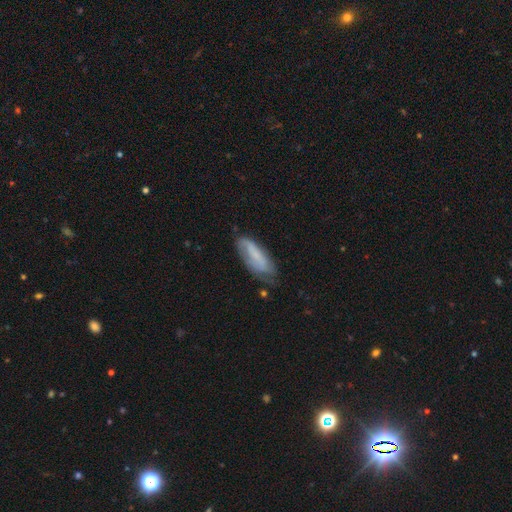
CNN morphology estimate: Smooth or featured? Predicted: smooth (p=0.56). How rounded? Predicted: in between (p=0.66). Merging? Predicted: none (p=0.51).